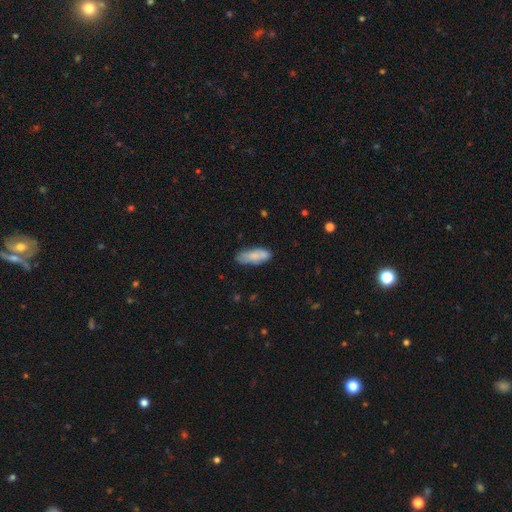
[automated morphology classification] Smooth or featured?
  - smooth: 78% *
  - featured or disk: 15%
  - star or artifact: 7%
How rounded?
  - in between: 69% *
  - cigar-shaped: 29%
  - round: 2%
Merging?
  - none: 66% *
  - minor disturbance: 25%
  - major disturbance: 6%
  - merger: 3%